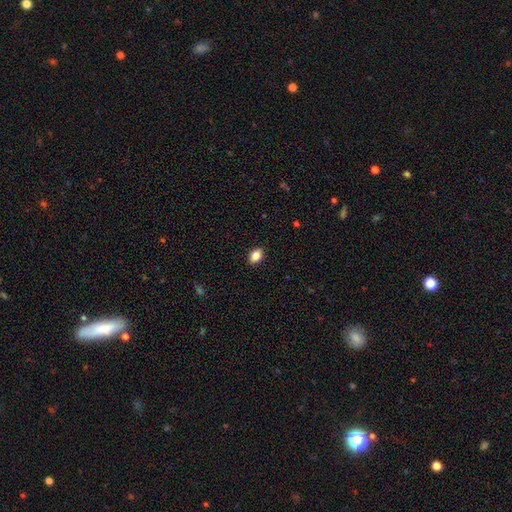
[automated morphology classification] The model was most divided on "how rounded": in between: 78%, round: 20%, cigar-shaped: 2%. More confident: merging — none (89%); smooth or featured — smooth (84%).